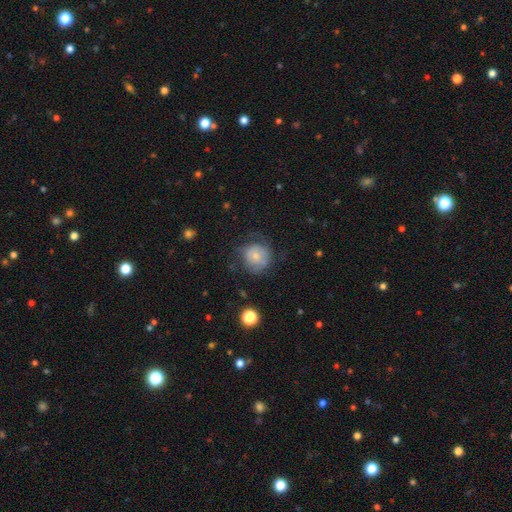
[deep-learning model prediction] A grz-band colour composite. It shows a smooth galaxy with no disk features (61%) that is round (84%). Merging: none (51%).